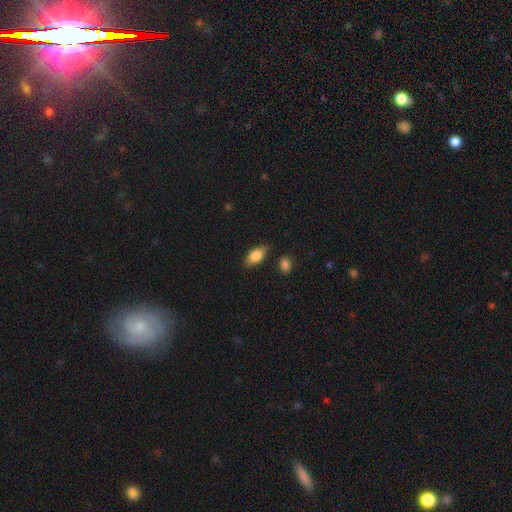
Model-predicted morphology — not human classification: This is clearly a smooth galaxy (82%). How rounded: clearly in between (88%). Merging: likely none (79%).